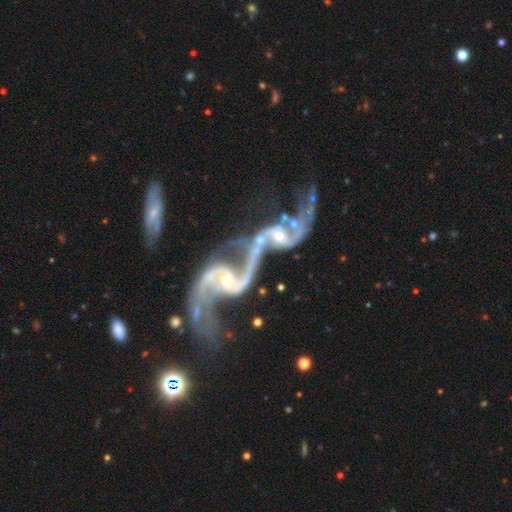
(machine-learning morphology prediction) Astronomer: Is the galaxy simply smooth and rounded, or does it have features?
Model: featured or disk — 86%.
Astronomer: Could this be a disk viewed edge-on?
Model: no — 94%.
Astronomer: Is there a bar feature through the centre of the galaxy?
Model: no — 45% (runner-up: weak, 37%).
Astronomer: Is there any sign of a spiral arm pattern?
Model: yes — 91%.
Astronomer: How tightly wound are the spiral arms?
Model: loose — 74%.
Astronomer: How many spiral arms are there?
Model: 2 — 80%.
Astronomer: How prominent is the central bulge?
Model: small — 56%.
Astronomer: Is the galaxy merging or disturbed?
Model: merger — 61%.